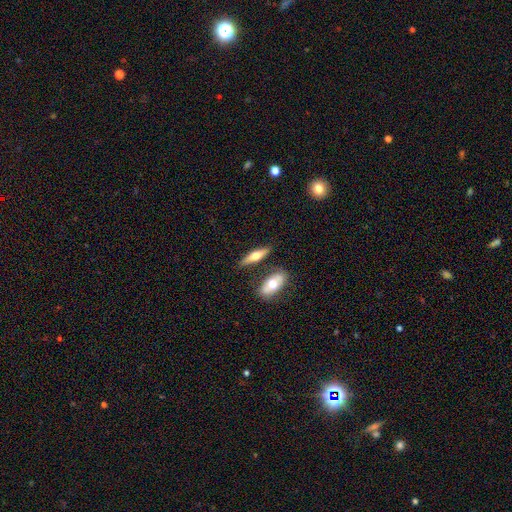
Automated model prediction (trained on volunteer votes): Smooth or featured?
  - featured or disk: 49% *
  - smooth: 46%
  - star or artifact: 6%
Merging?
  - none: 75% *
  - minor disturbance: 11%
  - merger: 11%
  - major disturbance: 3%